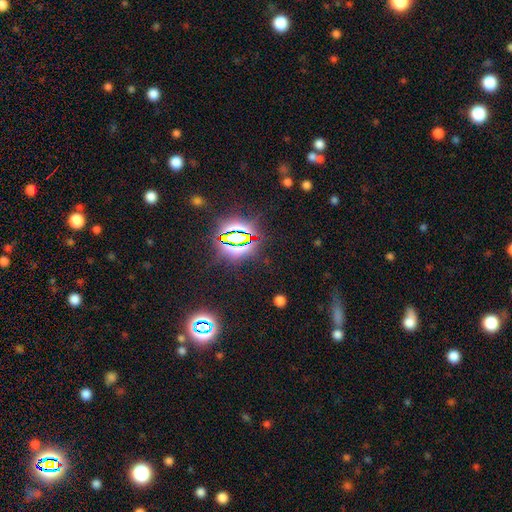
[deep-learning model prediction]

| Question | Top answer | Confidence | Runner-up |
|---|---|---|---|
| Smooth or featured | star or artifact | 82% | smooth (11%) |